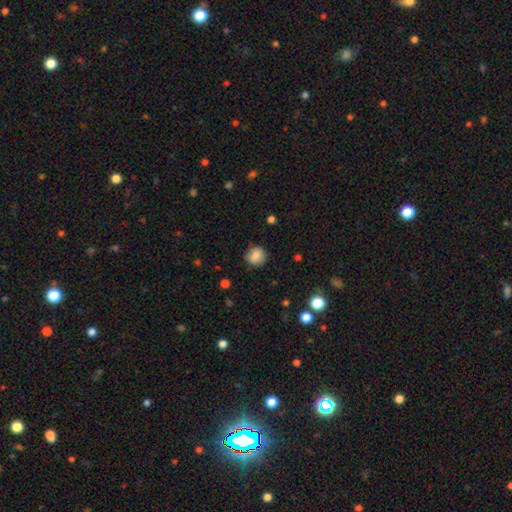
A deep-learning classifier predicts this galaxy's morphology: Q: Smooth or featured?
A: smooth (83%); runner-up: star or artifact (9%)
Q: How rounded?
A: round (86%); runner-up: in between (13%)
Q: Merging?
A: none (80%); runner-up: minor disturbance (15%)